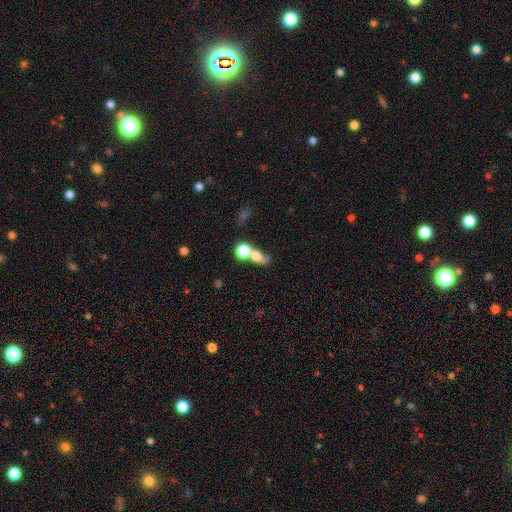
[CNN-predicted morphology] smooth-or-featured: smooth: 64% | featured or disk: 21% | star or artifact: 15%
  how-rounded: round: 49% | in between: 45% | cigar-shaped: 6%
  merging: merger: 55% | none: 22% | major disturbance: 13% | minor disturbance: 9%